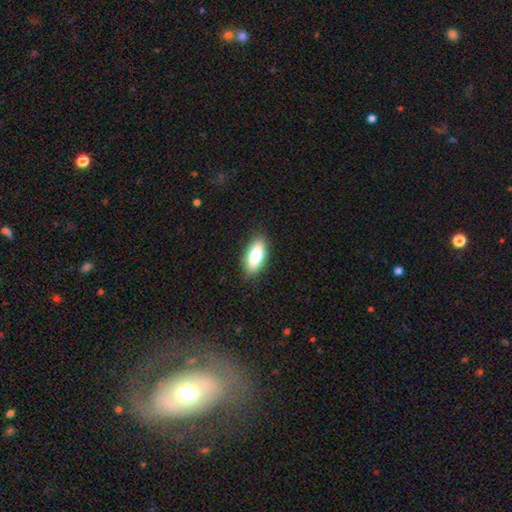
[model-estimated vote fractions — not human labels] The model was most divided on "how rounded": in between: 82%, cigar-shaped: 15%, round: 2%. More confident: merging — none (87%); smooth or featured — smooth (80%).